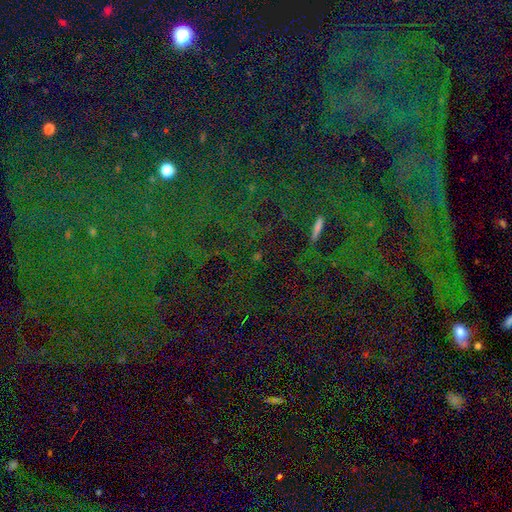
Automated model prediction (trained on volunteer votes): Morphology: type=star or artifact (81%).